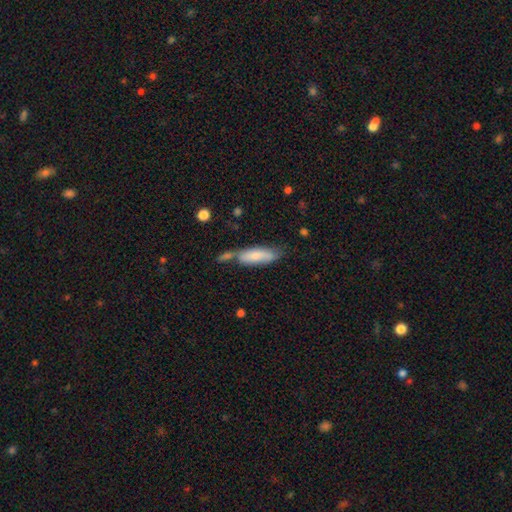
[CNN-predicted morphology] Smooth or featured? Predicted: smooth (p=0.77). How rounded? Predicted: in between (p=0.52). Merging? Predicted: none (p=0.47).